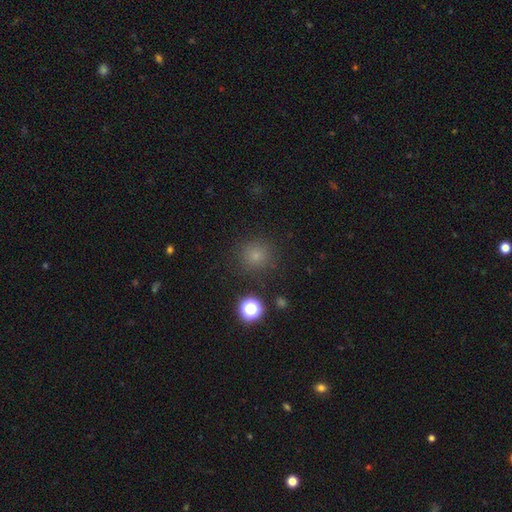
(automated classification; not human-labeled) Q: Smooth or featured?
A: smooth (74%); runner-up: star or artifact (19%)
Q: How rounded?
A: round (93%); runner-up: in between (6%)
Q: Merging?
A: none (87%); runner-up: minor disturbance (8%)